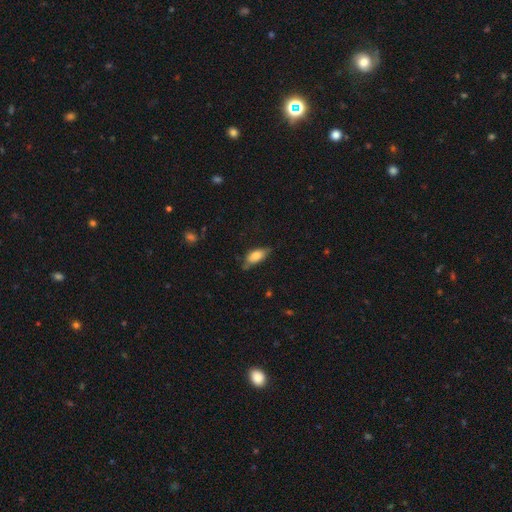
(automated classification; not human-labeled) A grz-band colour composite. It shows a smooth galaxy with no disk features (77%) that is in between round and cigar-shaped (84%). Merging: none (59%).